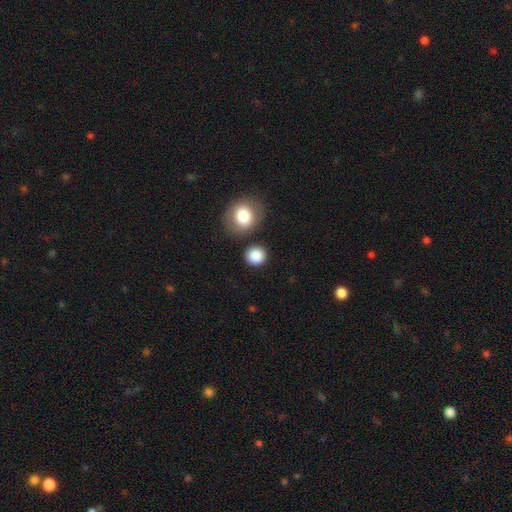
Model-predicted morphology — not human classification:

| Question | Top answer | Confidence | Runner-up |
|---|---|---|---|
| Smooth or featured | smooth | 87% | star or artifact (9%) |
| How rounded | round | 90% | in between (9%) |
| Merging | none | 82% | minor disturbance (8%) |